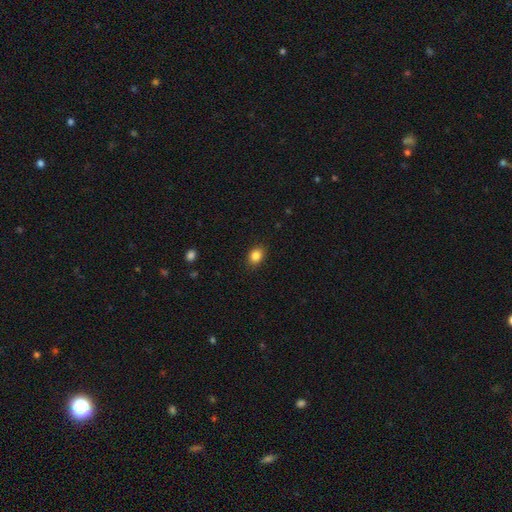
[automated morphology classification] This appears to be a smooth galaxy with no disk features (85%) that is in between round and cigar-shaped (61%). Merging: none (88%).